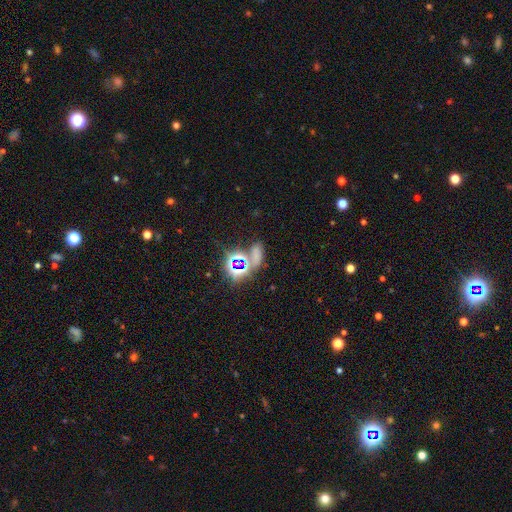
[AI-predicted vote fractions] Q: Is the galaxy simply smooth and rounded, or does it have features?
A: star or artifact — 53%.